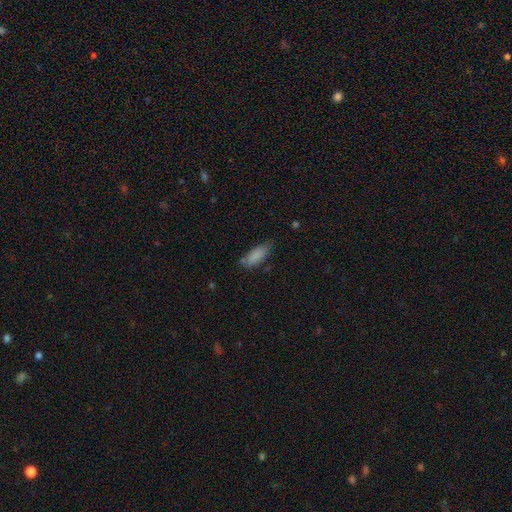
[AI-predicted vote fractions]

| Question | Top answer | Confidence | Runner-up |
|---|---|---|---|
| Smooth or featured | smooth | 86% | star or artifact (7%) |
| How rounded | in between | 79% | cigar-shaped (19%) |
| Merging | none | 66% | minor disturbance (25%) |